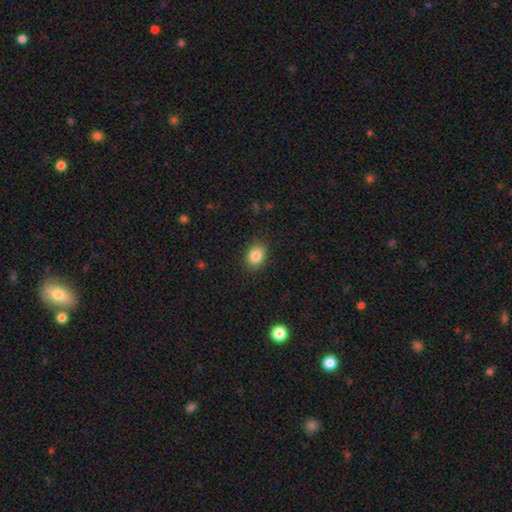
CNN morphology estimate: Smooth or featured: smooth — 85% (star or artifact — 9%)
How rounded: in between — 62% (round — 37%)
Merging: none — 87% (minor disturbance — 9%)